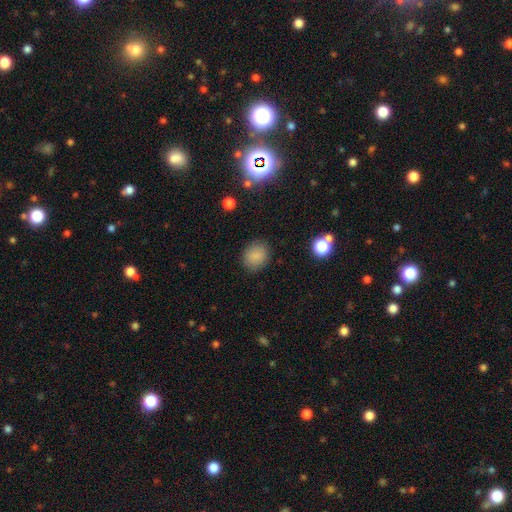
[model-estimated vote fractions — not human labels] A smooth galaxy with no disk features (85%) that is round (66%).

Vote fractions:
- Smooth or featured? smooth: 85% / star or artifact: 10% / featured or disk: 5%
- How rounded? round: 66% / in between: 33% / cigar-shaped: 1%
- Merging? none: 86% / minor disturbance: 9% / major disturbance: 3% / merger: 1%